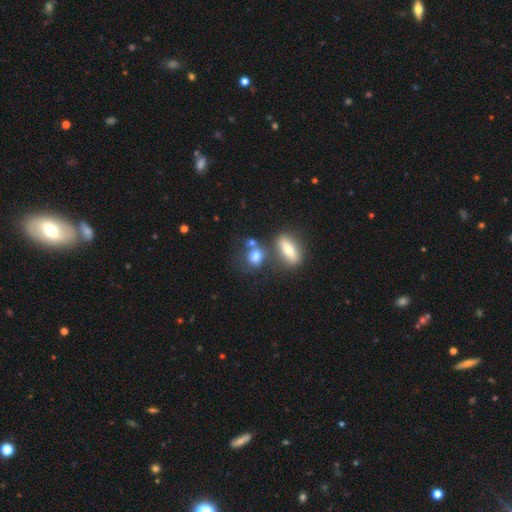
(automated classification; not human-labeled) Smooth or featured?
  - smooth: 77% *
  - featured or disk: 12%
  - star or artifact: 10%
How rounded?
  - in between: 49% *
  - round: 46%
  - cigar-shaped: 4%
Merging?
  - none: 49% *
  - merger: 31%
  - minor disturbance: 13%
  - major disturbance: 7%